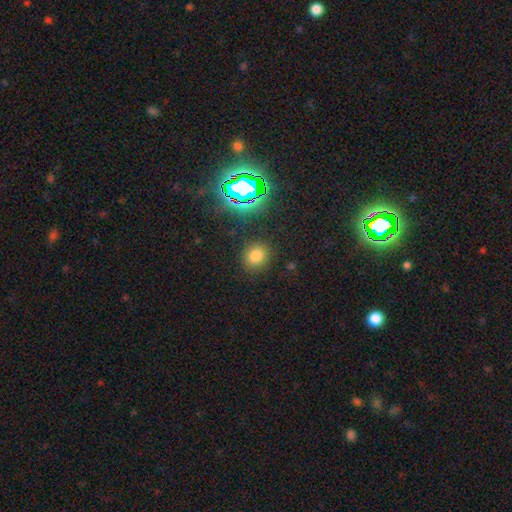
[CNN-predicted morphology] smooth_or_featured: smooth (p=0.72) [alt: star or artifact p=0.21]
how_rounded: round (p=0.73) [alt: in between p=0.26]
merging: none (p=0.85) [alt: minor disturbance p=0.09]